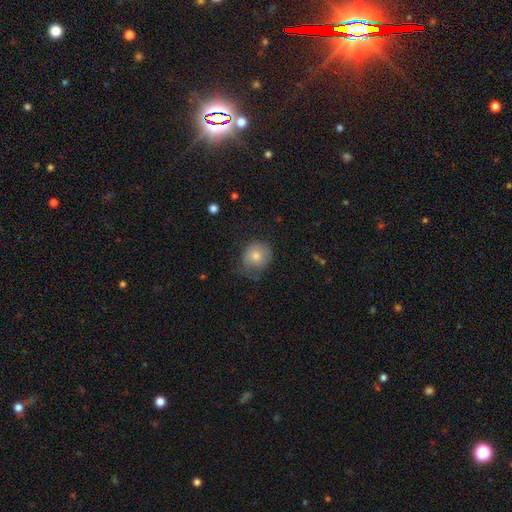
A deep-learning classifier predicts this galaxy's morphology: type=smooth (72%); roundness=round (79%); merging=none (53%).